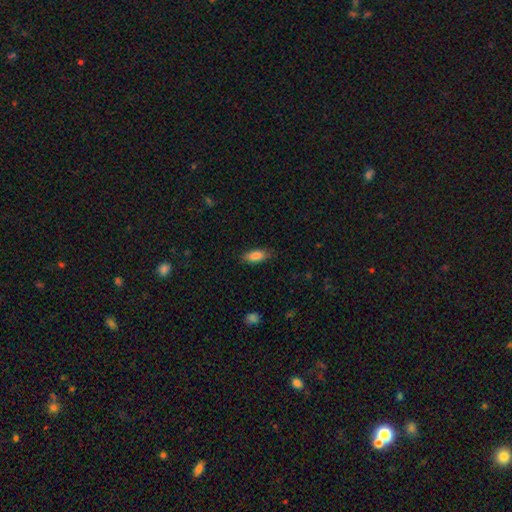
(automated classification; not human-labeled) A smooth galaxy with no disk features (85%) that is in between round and cigar-shaped (82%). Merging: none (83%).